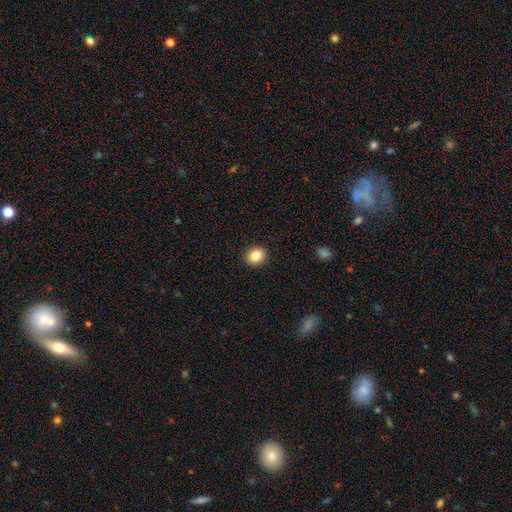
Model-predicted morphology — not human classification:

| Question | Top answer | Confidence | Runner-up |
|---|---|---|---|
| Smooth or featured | smooth | 86% | star or artifact (9%) |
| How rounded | round | 72% | in between (27%) |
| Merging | none | 91% | minor disturbance (6%) |